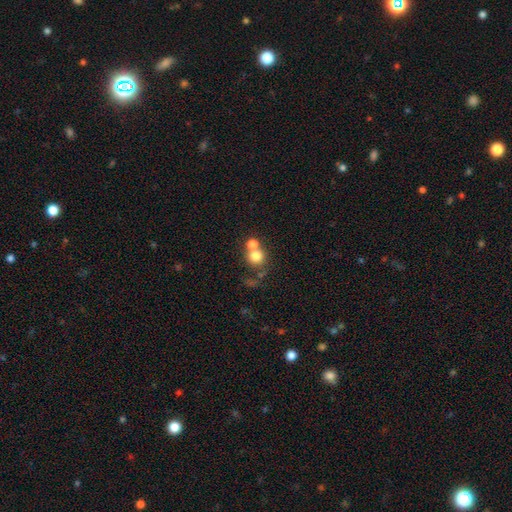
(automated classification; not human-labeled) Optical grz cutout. It shows a smooth galaxy with no disk features (74%) that is round (86%). Merging: merger (48%).